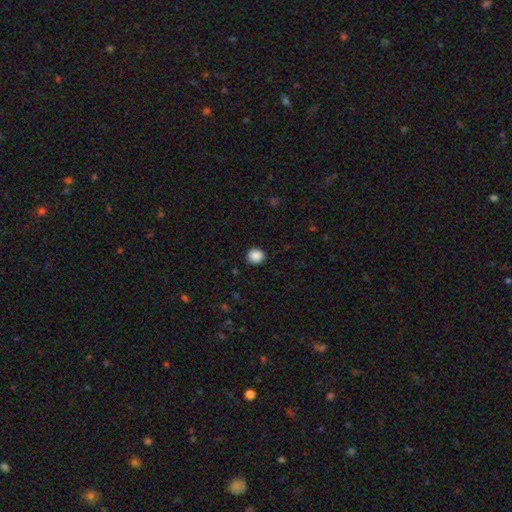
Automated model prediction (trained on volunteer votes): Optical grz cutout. It shows a smooth galaxy with no disk features (88%) that is round (87%). Merging: none (89%).